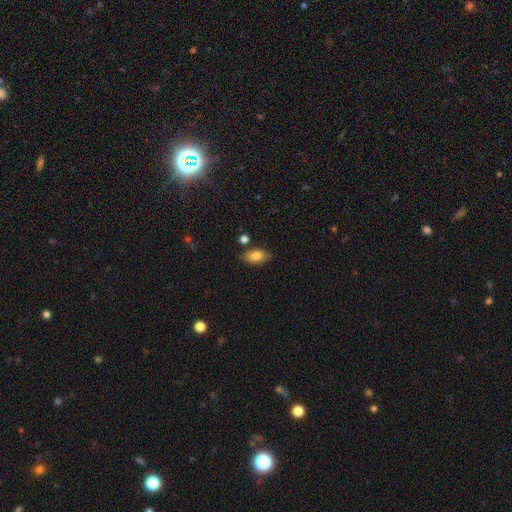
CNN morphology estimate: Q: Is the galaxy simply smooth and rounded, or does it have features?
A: smooth — 83%.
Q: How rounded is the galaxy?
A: in between — 89%.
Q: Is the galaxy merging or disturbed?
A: none — 78%.